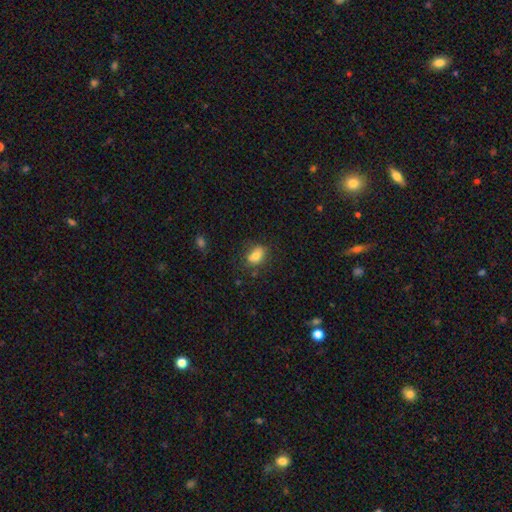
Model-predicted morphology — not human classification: The model was most divided on "merging": none: 69%, minor disturbance: 20%, major disturbance: 6%, merger: 5%. More confident: how rounded — in between (77%); smooth or featured — smooth (77%).